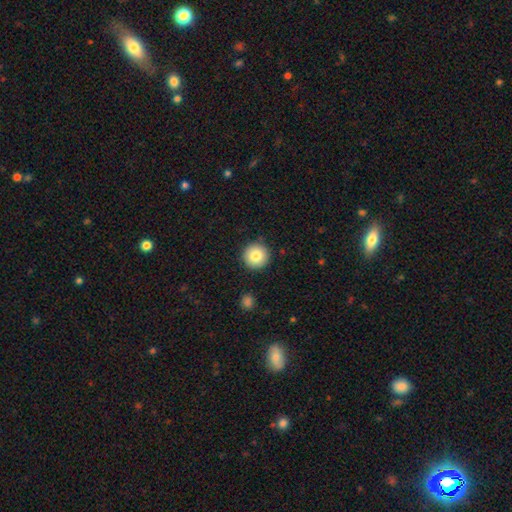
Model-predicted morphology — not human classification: The model was most divided on "smooth or featured": smooth: 83%, star or artifact: 9%, featured or disk: 8%. More confident: how rounded — round (96%); merging — none (90%).